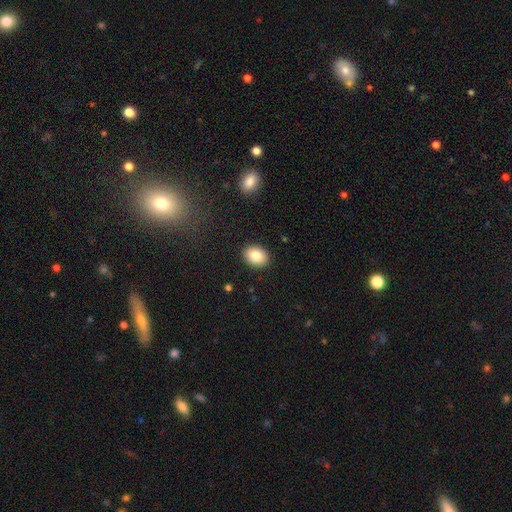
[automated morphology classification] smooth 84%, featured or disk 8%, star or artifact 8%. Down the decision tree: how rounded — in between (66%); merging — none (91%).